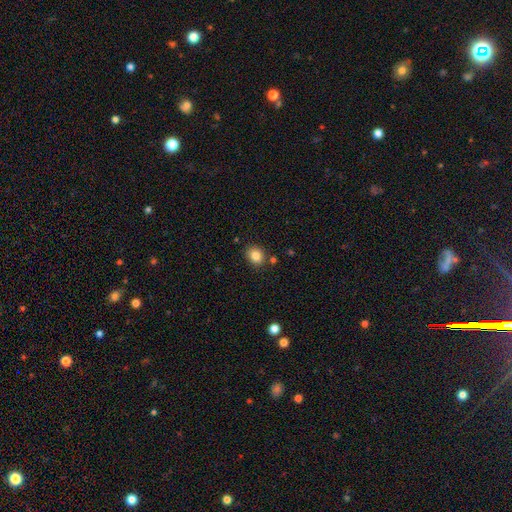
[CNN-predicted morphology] smooth 83%, star or artifact 10%, featured or disk 6%. Down the decision tree: how rounded — round (55%); merging — none (82%).